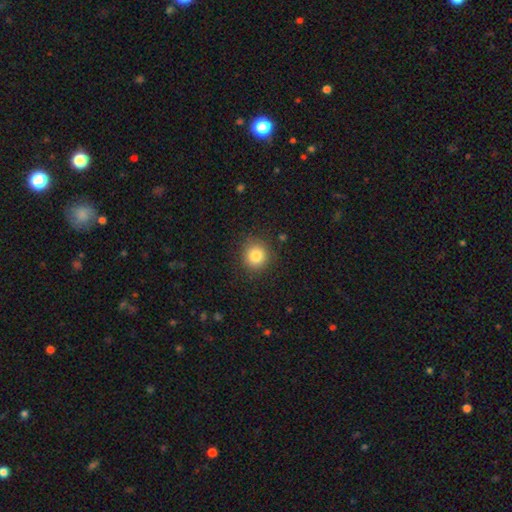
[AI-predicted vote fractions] This appears to be a smooth galaxy with no disk features (83%) that is round (92%). Merging: none (88%).